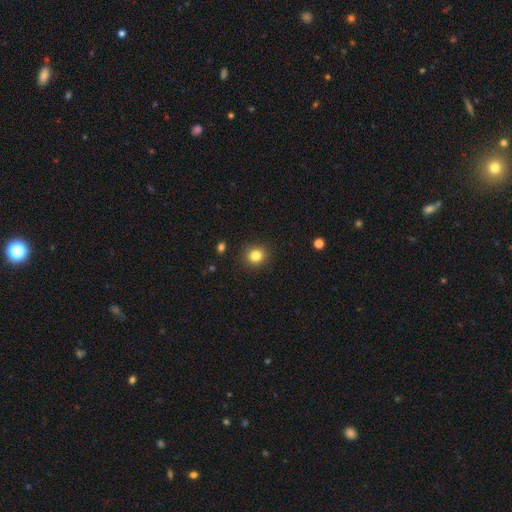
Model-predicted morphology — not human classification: Smooth or featured? smooth (83%)
How rounded? round (85%)
Merging? none (90%)